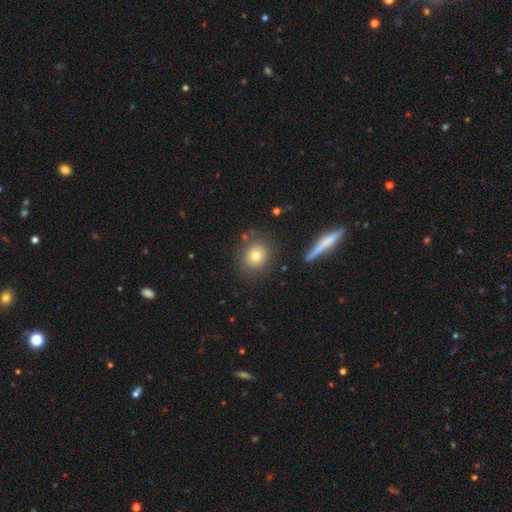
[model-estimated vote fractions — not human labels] Q: Smooth or featured?
A: smooth (74%); runner-up: featured or disk (14%)
Q: How rounded?
A: round (76%); runner-up: in between (23%)
Q: Merging?
A: none (81%); runner-up: minor disturbance (11%)